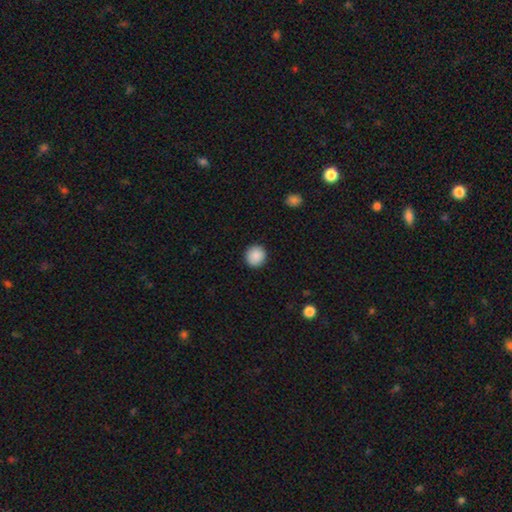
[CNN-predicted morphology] smooth-or-featured: smooth: 89% | star or artifact: 8% | featured or disk: 3%
  how-rounded: round: 93% | in between: 6% | cigar-shaped: 1%
  merging: none: 92% | minor disturbance: 6% | major disturbance: 2% | merger: 1%